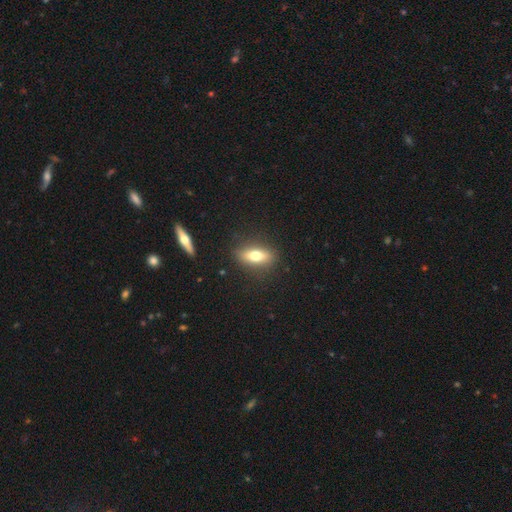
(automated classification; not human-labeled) A smooth galaxy with no disk features (66%) that is in between round and cigar-shaped (68%).

Vote fractions:
- Smooth or featured? smooth: 66% / featured or disk: 26% / star or artifact: 8%
- How rounded? in between: 68% / cigar-shaped: 26% / round: 6%
- Merging? none: 86% / minor disturbance: 10% / major disturbance: 3% / merger: 2%